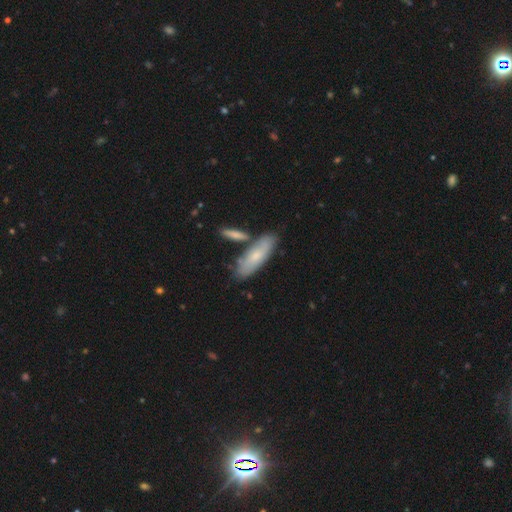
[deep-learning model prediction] Morphology: type=smooth (64%); roundness=in between (54%); merging=none (64%).